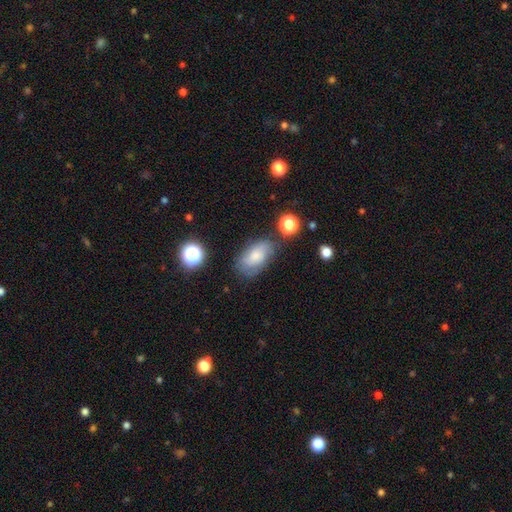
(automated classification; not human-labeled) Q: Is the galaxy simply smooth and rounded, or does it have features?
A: smooth — 63%.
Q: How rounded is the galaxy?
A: in between — 91%.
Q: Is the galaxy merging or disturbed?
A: none — 64%.